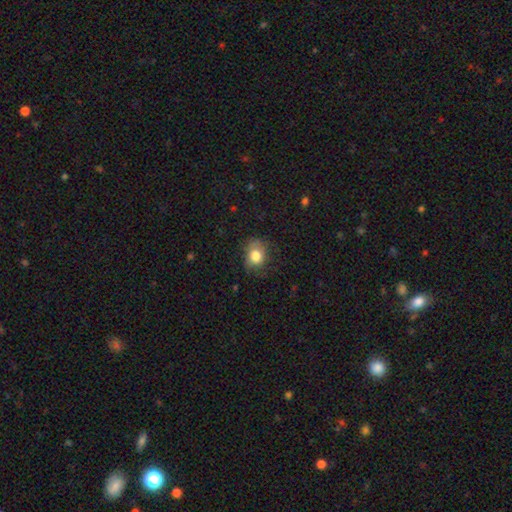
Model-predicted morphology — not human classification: smooth 78%, featured or disk 13%, star or artifact 9%. Down the decision tree: how rounded — round (52%); merging — none (59%).